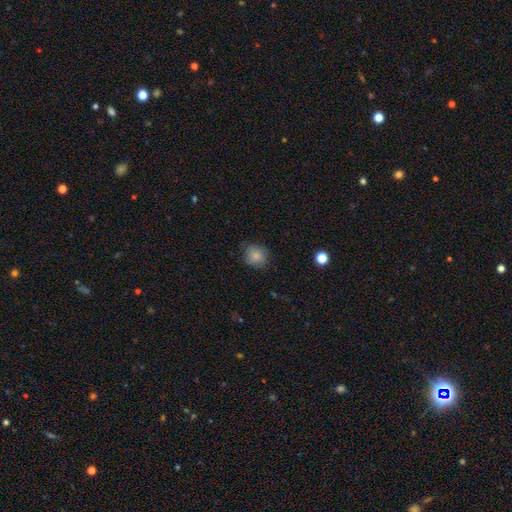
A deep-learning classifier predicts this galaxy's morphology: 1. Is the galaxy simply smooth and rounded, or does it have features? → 83% smooth, 9% featured or disk, 9% star or artifact.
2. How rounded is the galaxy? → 80% round, 19% in between, 1% cigar-shaped.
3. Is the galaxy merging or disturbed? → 73% none, 21% minor disturbance, 5% major disturbance, 1% merger.